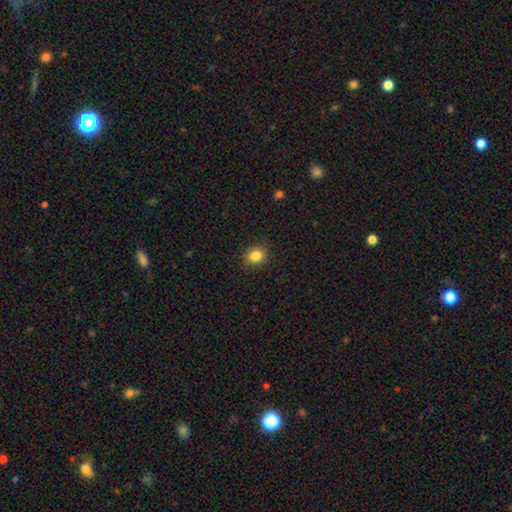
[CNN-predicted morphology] A smooth galaxy with no disk features (85%) that is round (64%).

Vote fractions:
- Smooth or featured? smooth: 85% / star or artifact: 11% / featured or disk: 5%
- How rounded? round: 64% / in between: 36% / cigar-shaped: 1%
- Merging? none: 89% / minor disturbance: 8% / major disturbance: 2% / merger: 1%